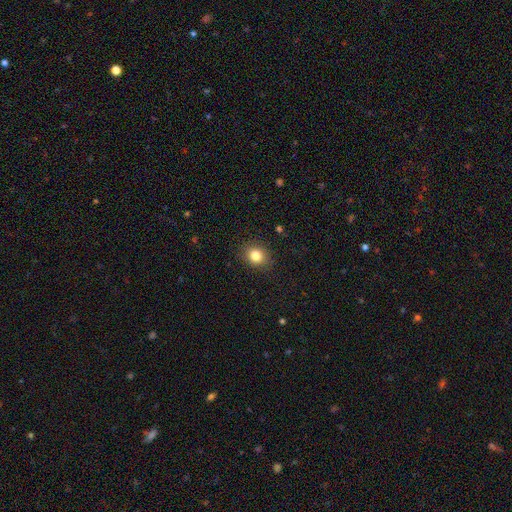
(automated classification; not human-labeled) This is clearly a smooth galaxy (83%). How rounded: likely round (63%). Merging: clearly none (87%).